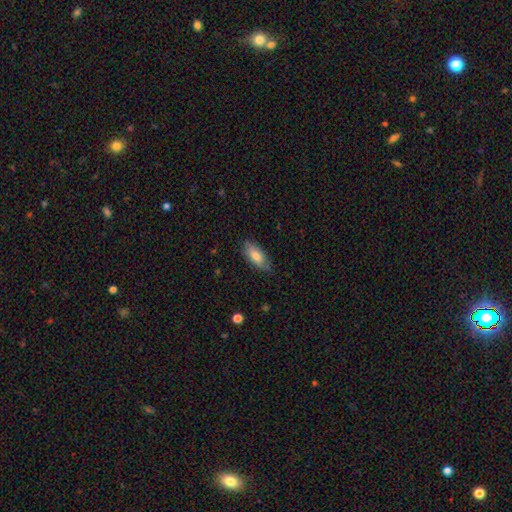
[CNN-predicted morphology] Smooth or featured? Predicted: smooth (p=0.76). How rounded? Predicted: in between (p=0.83). Merging? Predicted: none (p=0.77).